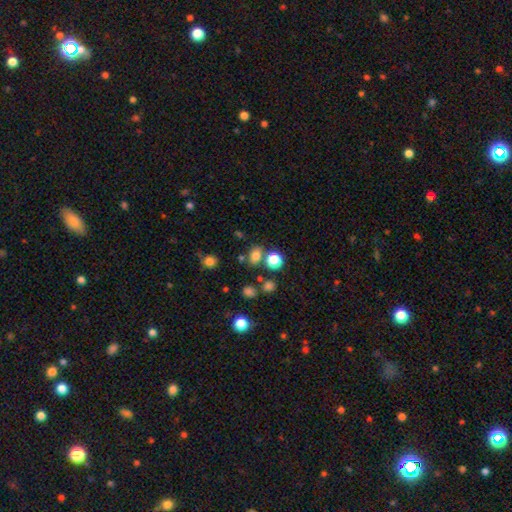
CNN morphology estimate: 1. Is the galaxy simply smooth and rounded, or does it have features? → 75% smooth, 18% star or artifact, 7% featured or disk.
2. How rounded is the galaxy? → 54% in between, 45% round, 1% cigar-shaped.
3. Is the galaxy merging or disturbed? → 69% none, 15% merger, 11% minor disturbance, 4% major disturbance.